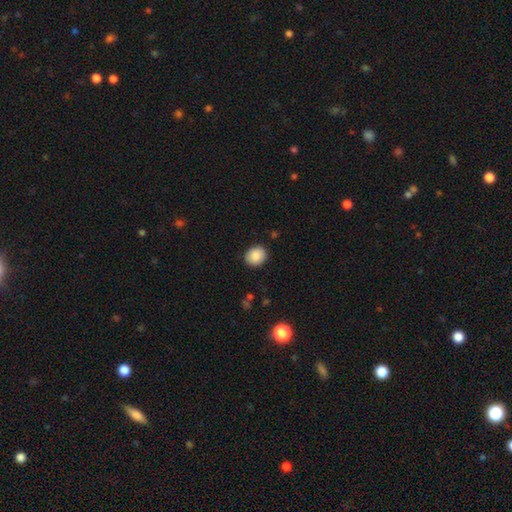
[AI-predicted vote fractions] smooth-or-featured: smooth: 87% | star or artifact: 8% | featured or disk: 5%
  how-rounded: round: 66% | in between: 33% | cigar-shaped: 1%
  merging: none: 89% | minor disturbance: 8% | major disturbance: 2% | merger: 1%